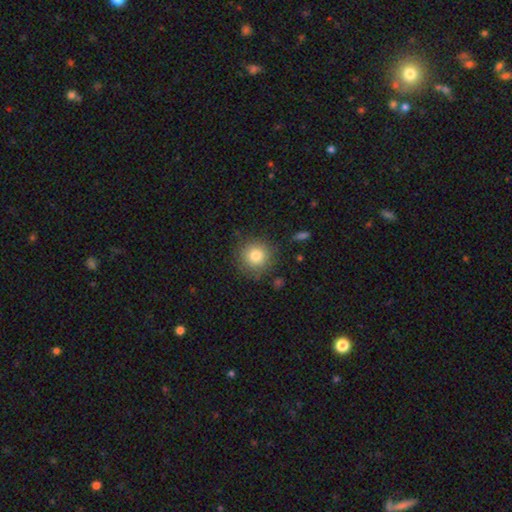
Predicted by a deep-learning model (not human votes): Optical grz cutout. It shows a smooth galaxy with no disk features (82%) that is round (94%). Merging: none (86%).